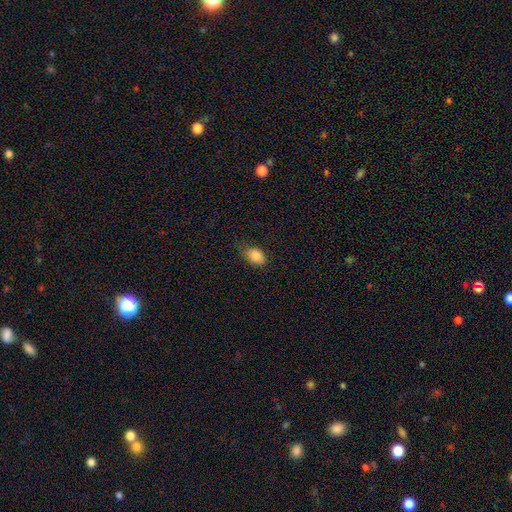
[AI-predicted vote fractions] Overall: smooth (87%). How rounded: in between (80%). Merging: none (69%).